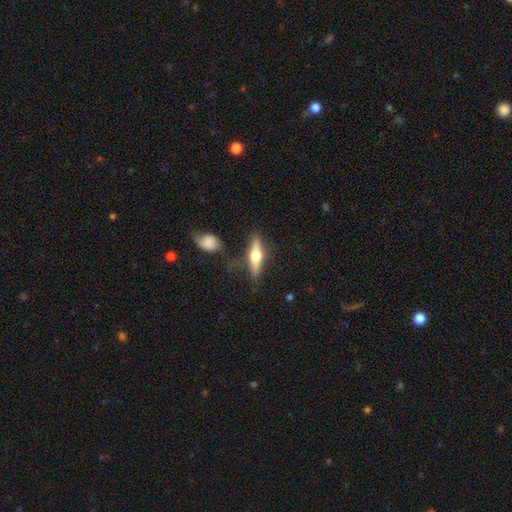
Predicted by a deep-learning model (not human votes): A featured or disk galaxy (59%) viewed edge-on (94%) with a rounded central bulge (95%). Merging: none (75%).